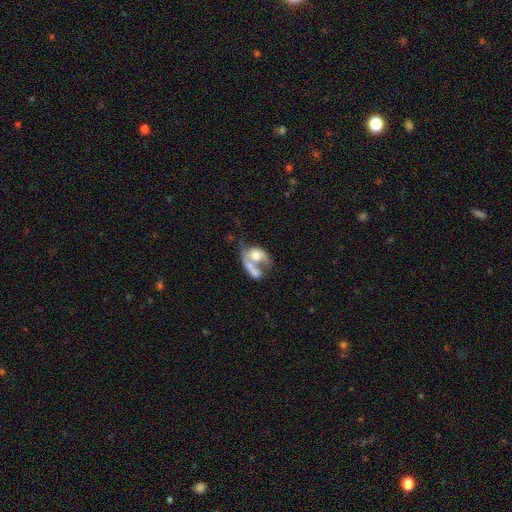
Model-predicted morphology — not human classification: Q: Smooth or featured?
A: featured or disk (37%); runner-up: smooth (35%)
Q: Merging?
A: merger (37%); tied with: none (37%)